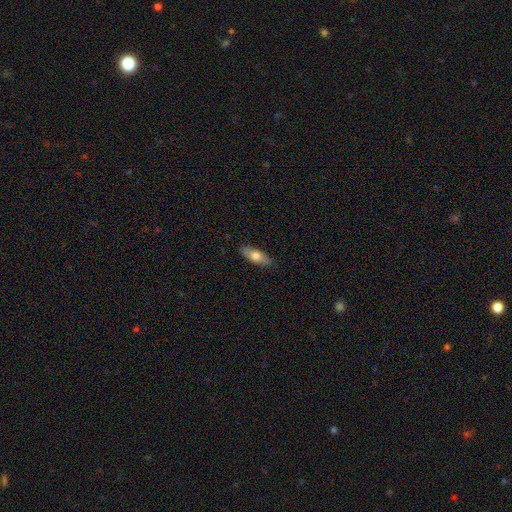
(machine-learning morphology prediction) smooth_or_featured: smooth (p=0.68) [alt: featured or disk p=0.26]
how_rounded: in between (p=0.67) [alt: cigar-shaped p=0.30]
merging: none (p=0.86) [alt: minor disturbance p=0.11]